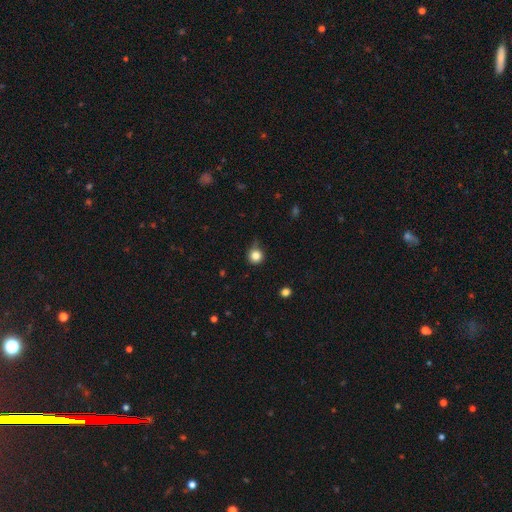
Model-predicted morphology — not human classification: Smooth or featured? Predicted: smooth (p=0.83). How rounded? Predicted: round (p=0.91). Merging? Predicted: none (p=0.67).